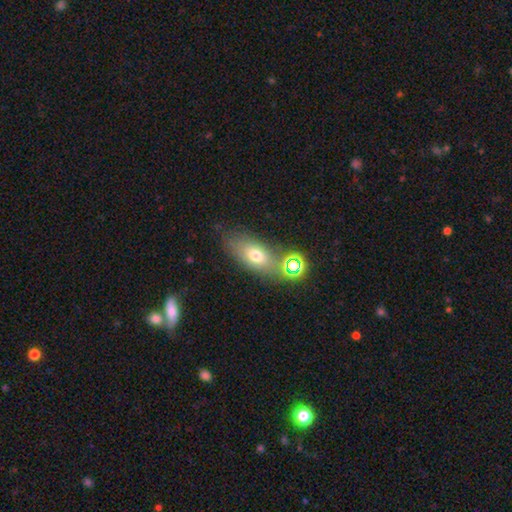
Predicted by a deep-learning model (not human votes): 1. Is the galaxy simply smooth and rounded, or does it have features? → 65% smooth, 19% featured or disk, 16% star or artifact.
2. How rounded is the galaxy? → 77% in between, 12% round, 11% cigar-shaped.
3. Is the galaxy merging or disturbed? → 65% none, 16% minor disturbance, 12% merger, 7% major disturbance.